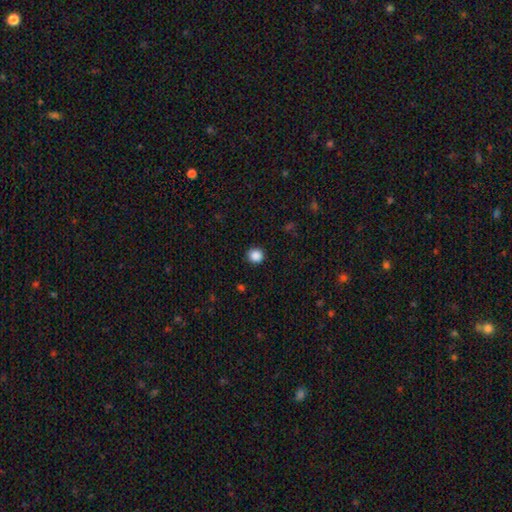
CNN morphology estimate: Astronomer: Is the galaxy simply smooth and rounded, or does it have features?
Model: smooth — 87%.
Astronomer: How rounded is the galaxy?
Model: round — 90%.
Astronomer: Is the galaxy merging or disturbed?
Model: none — 91%.